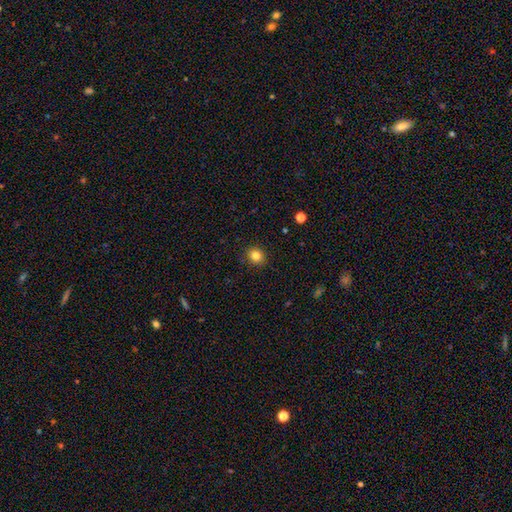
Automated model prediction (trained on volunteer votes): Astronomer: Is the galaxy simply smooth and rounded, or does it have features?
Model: smooth — 83%.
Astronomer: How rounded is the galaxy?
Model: round — 70%.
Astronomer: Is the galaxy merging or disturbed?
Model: none — 90%.